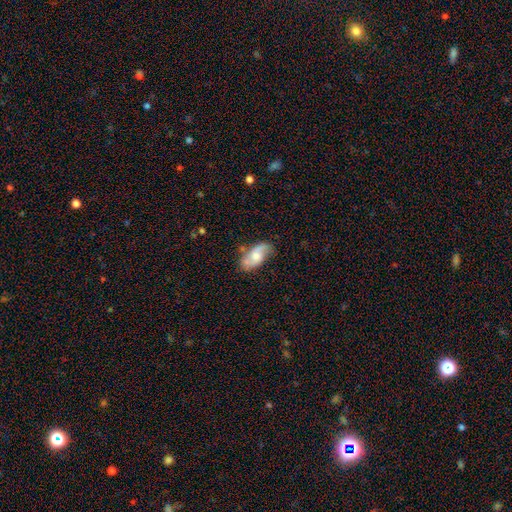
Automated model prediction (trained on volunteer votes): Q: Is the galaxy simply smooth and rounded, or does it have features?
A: featured or disk — 60%.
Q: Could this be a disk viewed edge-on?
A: no — 94%.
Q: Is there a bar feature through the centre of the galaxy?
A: no — 58%.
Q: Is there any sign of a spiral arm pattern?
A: yes — 89%.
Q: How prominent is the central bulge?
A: moderate — 54%.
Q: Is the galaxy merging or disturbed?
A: none — 67%.